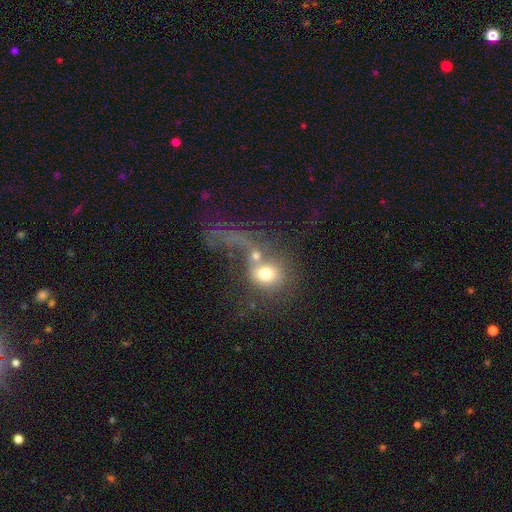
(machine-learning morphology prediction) A smooth galaxy with no disk features (58%) that is round (70%).

Vote fractions:
- Smooth or featured? smooth: 58% / featured or disk: 30% / star or artifact: 12%
- How rounded? round: 70% / in between: 28% / cigar-shaped: 2%
- Merging? merger: 51% / major disturbance: 26% / none: 15% / minor disturbance: 7%